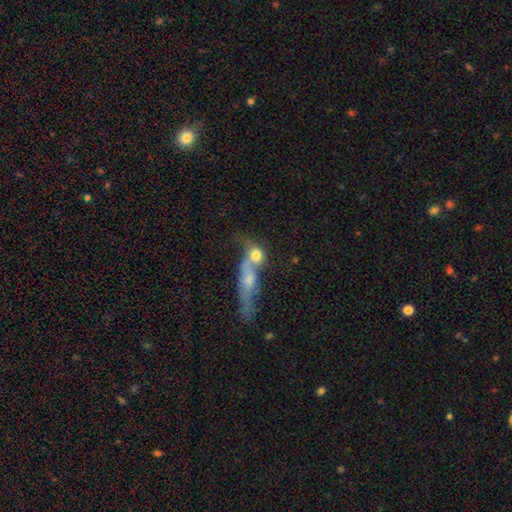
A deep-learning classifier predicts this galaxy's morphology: Smooth or featured?
  - smooth: 66% *
  - featured or disk: 24%
  - star or artifact: 10%
How rounded?
  - round: 48% *
  - in between: 36%
  - cigar-shaped: 16%
Merging?
  - merger: 62% *
  - none: 21%
  - major disturbance: 9%
  - minor disturbance: 8%